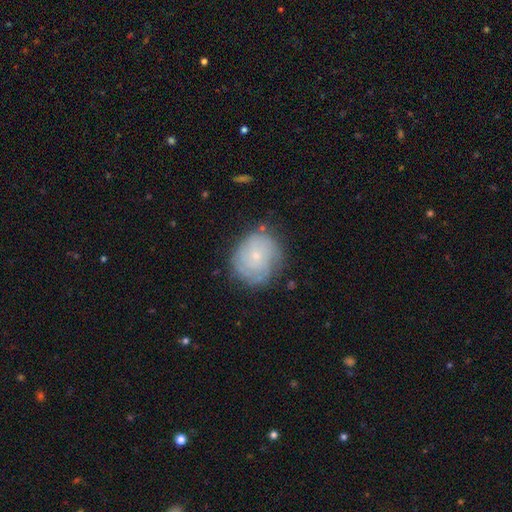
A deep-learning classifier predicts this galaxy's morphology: smooth_or_featured: featured or disk (p=0.54) [alt: smooth p=0.37]
disk_edge_on: no (p=0.97) [alt: yes p=0.03]
bar: no (p=0.83) [alt: weak p=0.15]
has_spiral_arms: yes (p=0.81) [alt: no p=0.19]
bulge_size: small (p=0.78) [alt: moderate p=0.17]
merging: none (p=0.74) [alt: minor disturbance p=0.18]